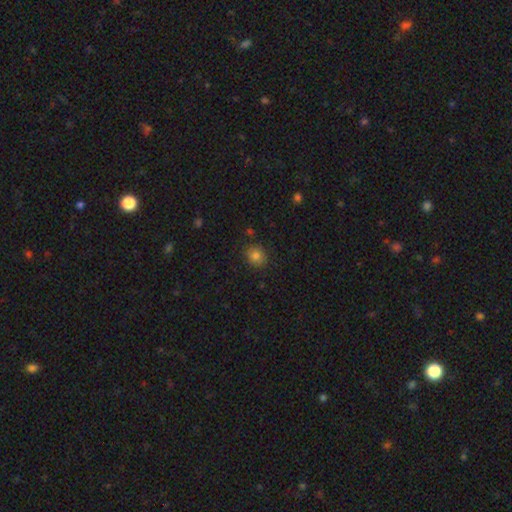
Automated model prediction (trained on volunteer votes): Smooth or featured?
  - smooth: 80% *
  - star or artifact: 12%
  - featured or disk: 8%
How rounded?
  - round: 79% *
  - in between: 20%
  - cigar-shaped: 1%
Merging?
  - none: 87% *
  - minor disturbance: 9%
  - major disturbance: 2%
  - merger: 1%